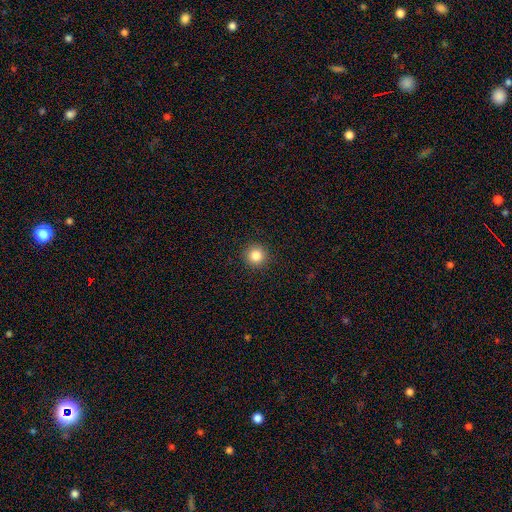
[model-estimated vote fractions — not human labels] A smooth galaxy with no disk features (84%) that is round (96%).

Vote fractions:
- Smooth or featured? smooth: 84% / star or artifact: 11% / featured or disk: 5%
- How rounded? round: 96% / in between: 4% / cigar-shaped: 1%
- Merging? none: 93% / minor disturbance: 5% / major disturbance: 2% / merger: 1%